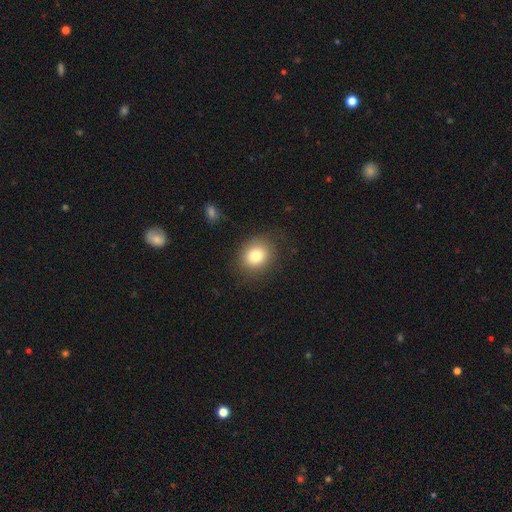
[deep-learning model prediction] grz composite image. It shows a smooth galaxy with no disk features (80%) that is round (60%). Merging: none (83%).